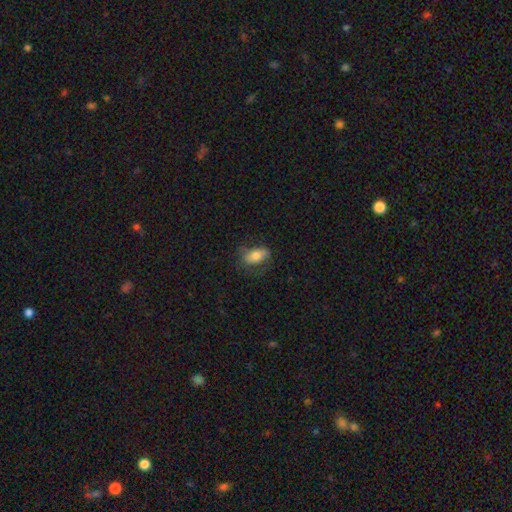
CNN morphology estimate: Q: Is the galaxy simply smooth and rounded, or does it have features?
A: smooth — 73%.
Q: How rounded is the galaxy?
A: in between — 88%.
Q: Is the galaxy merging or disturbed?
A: none — 61%.